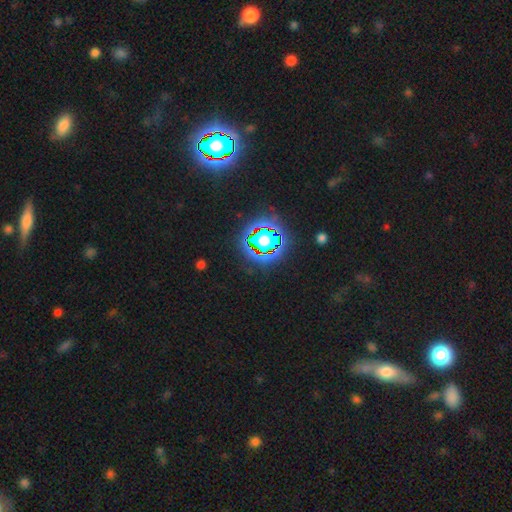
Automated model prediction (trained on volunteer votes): smooth_or_featured: star or artifact (p=0.76) [alt: smooth p=0.14]